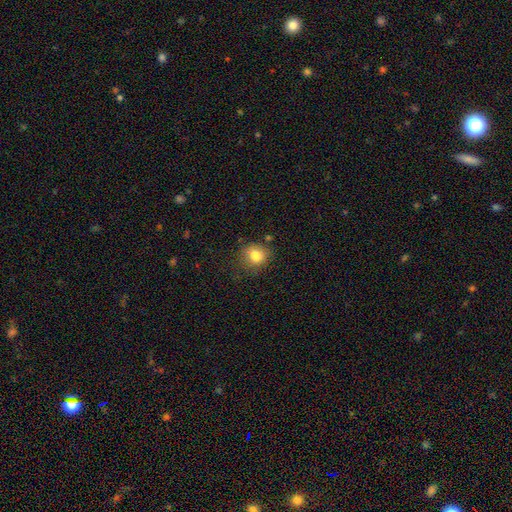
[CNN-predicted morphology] A smooth galaxy with no disk features (81%) that is round (76%). Merging: none (74%).